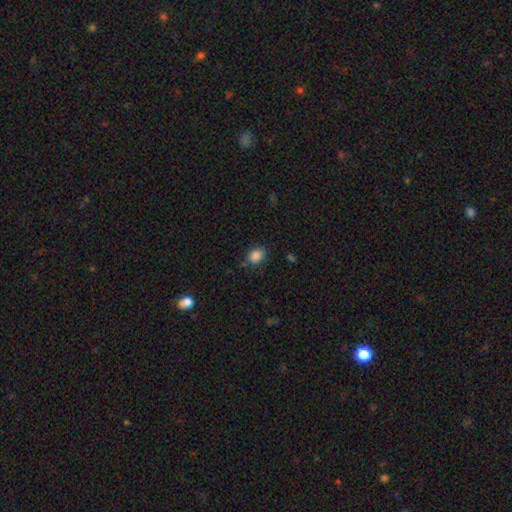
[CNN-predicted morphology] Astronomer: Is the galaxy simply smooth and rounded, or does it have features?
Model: smooth — 86%.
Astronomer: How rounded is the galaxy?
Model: round — 58% (runner-up: in between, 41%).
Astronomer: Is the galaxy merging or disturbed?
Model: none — 80%.